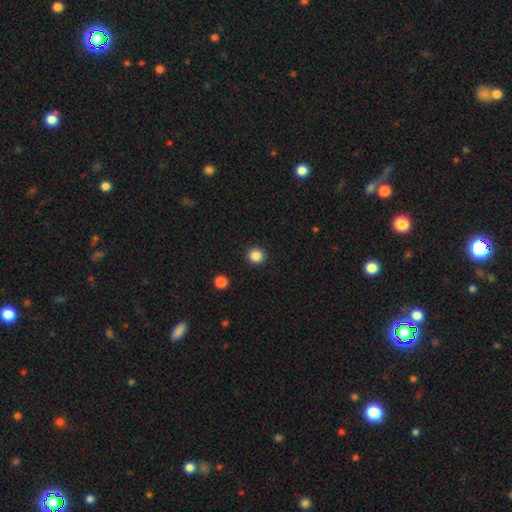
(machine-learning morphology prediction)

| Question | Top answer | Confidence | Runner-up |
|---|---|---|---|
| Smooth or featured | smooth | 86% | star or artifact (11%) |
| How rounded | round | 95% | in between (4%) |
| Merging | none | 93% | minor disturbance (4%) |